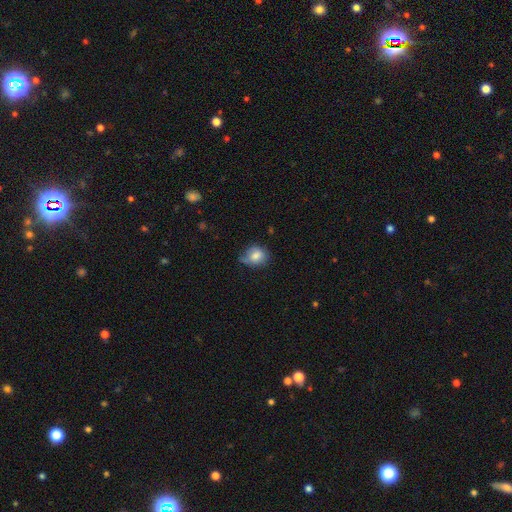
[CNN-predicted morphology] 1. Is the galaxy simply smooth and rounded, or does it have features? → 80% smooth, 12% featured or disk, 9% star or artifact.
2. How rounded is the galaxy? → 64% round, 35% in between, 1% cigar-shaped.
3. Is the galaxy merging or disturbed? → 53% none, 34% minor disturbance, 9% major disturbance, 4% merger.